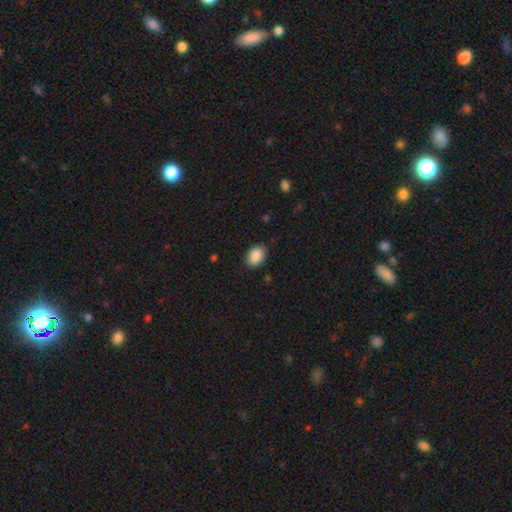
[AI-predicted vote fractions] This is clearly a smooth galaxy (90%). How rounded: likely in between (79%). Merging: clearly none (86%).